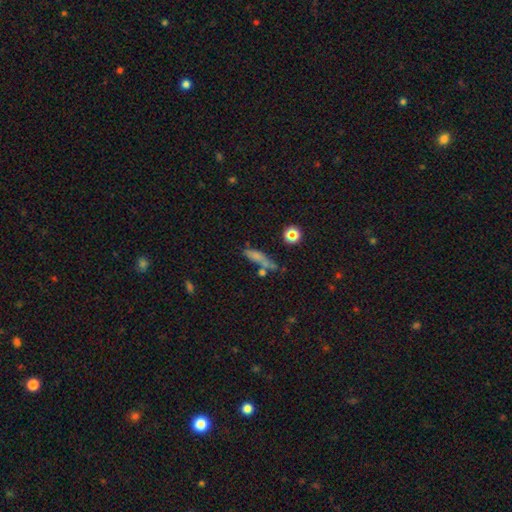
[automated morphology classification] The model was most divided on "merging": none: 54%, minor disturbance: 20%, merger: 17%, major disturbance: 9%. More confident: how rounded — cigar-shaped (66%); smooth or featured — smooth (65%).